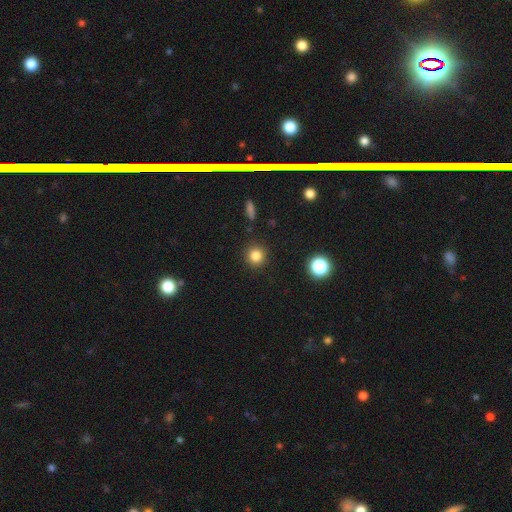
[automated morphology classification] Smooth or featured?
  - smooth: 83% *
  - star or artifact: 12%
  - featured or disk: 5%
How rounded?
  - round: 93% *
  - in between: 6%
  - cigar-shaped: 1%
Merging?
  - none: 91% *
  - minor disturbance: 6%
  - major disturbance: 2%
  - merger: 2%